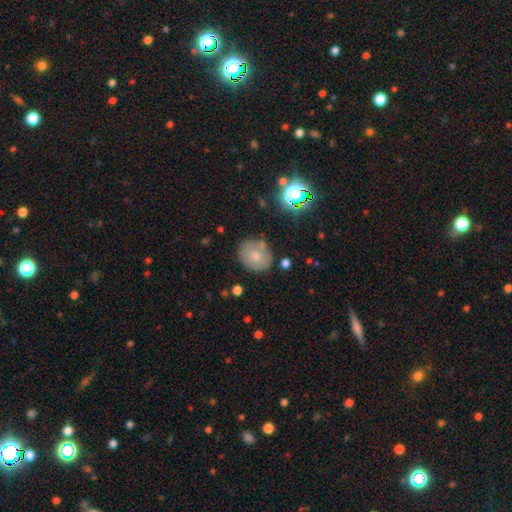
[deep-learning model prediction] Smooth or featured? smooth (70%)
How rounded? round (63%)
Merging? none (73%)